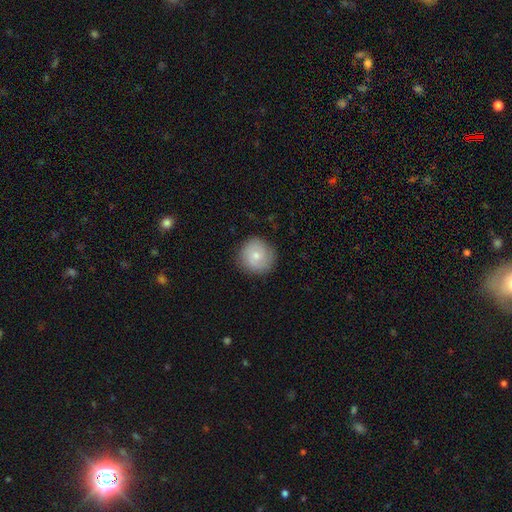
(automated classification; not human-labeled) Smooth or featured: smooth — 67% (featured or disk — 26%)
How rounded: round — 94% (in between — 6%)
Merging: none — 86% (minor disturbance — 10%)